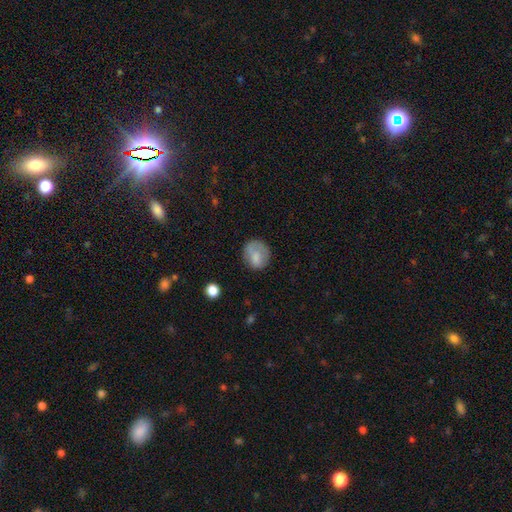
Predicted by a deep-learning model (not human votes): smooth-or-featured: smooth: 75% | featured or disk: 16% | star or artifact: 8%
  how-rounded: round: 68% | in between: 31% | cigar-shaped: 1%
  merging: none: 62% | minor disturbance: 24% | major disturbance: 11% | merger: 2%